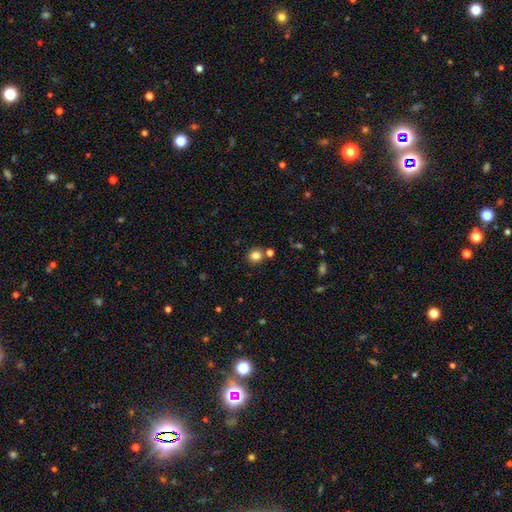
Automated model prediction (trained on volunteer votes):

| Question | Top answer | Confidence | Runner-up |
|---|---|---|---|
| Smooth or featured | smooth | 82% | star or artifact (12%) |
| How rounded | round | 88% | in between (11%) |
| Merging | none | 78% | merger (11%) |